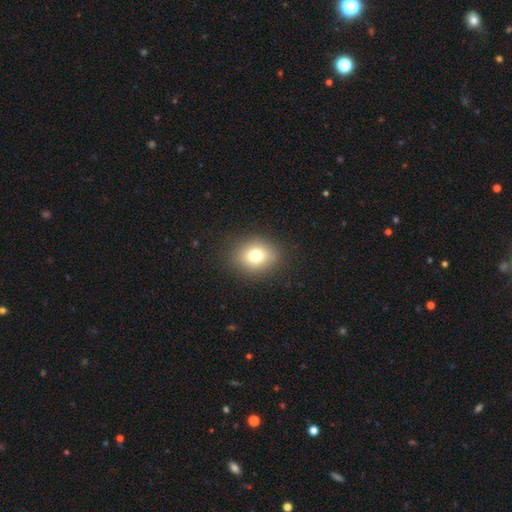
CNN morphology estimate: smooth_or_featured: smooth (p=0.76) [alt: star or artifact p=0.13]
how_rounded: round (p=0.61) [alt: in between p=0.38]
merging: none (p=0.87) [alt: minor disturbance p=0.08]